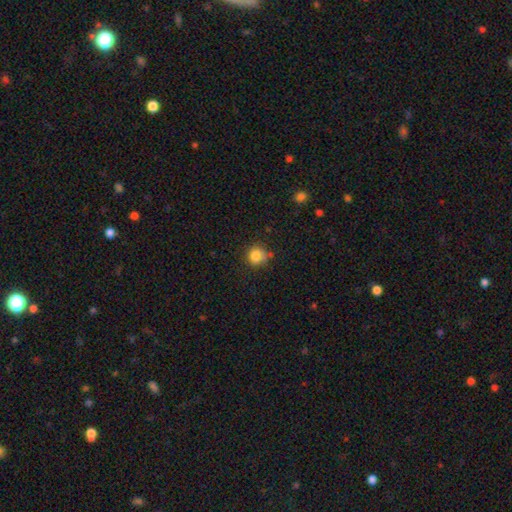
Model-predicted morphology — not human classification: Overall: smooth (83%). How rounded: round (88%). Merging: none (72%).